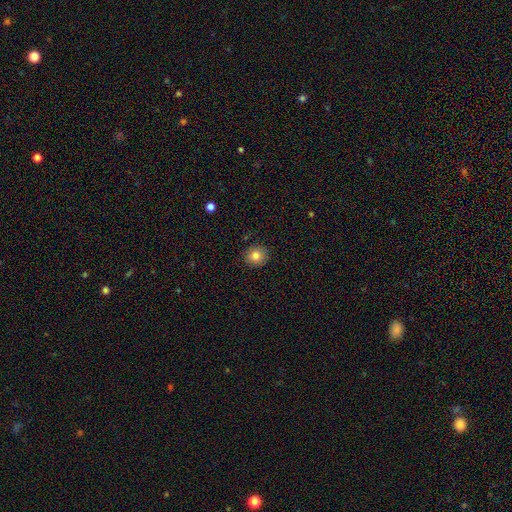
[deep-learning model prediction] The model was most divided on "smooth or featured": smooth: 81%, star or artifact: 10%, featured or disk: 9%. More confident: merging — none (90%); how rounded — round (88%).